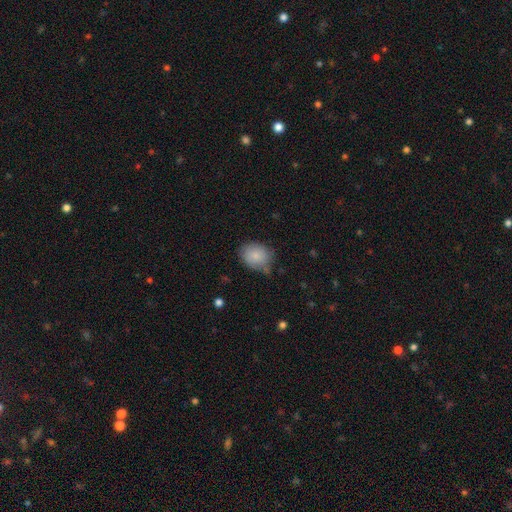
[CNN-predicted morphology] Smooth or featured? Predicted: smooth (p=0.83). How rounded? Predicted: round (p=0.51). Merging? Predicted: none (p=0.63).